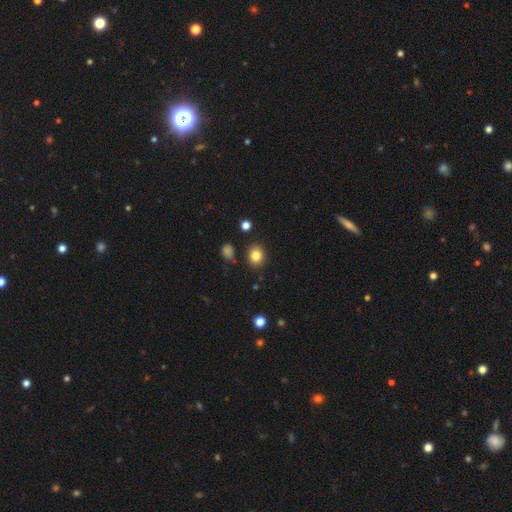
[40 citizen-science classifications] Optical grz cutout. It shows a smooth galaxy with no disk features (88%) that is round (69%). Merging: none (97%).